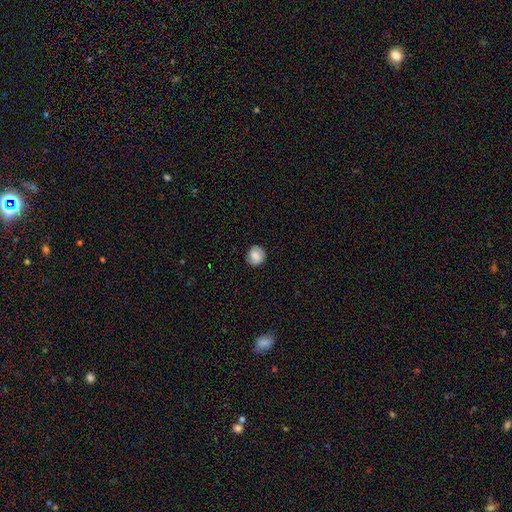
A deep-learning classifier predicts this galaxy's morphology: This is likely a smooth galaxy (71%). How rounded: clearly round (85%). Merging: clearly none (85%).